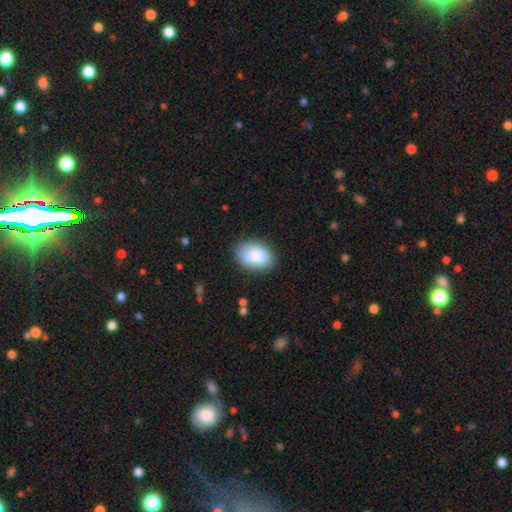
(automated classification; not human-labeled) smooth_or_featured: smooth (p=0.83) [alt: featured or disk p=0.11]
how_rounded: in between (p=0.84) [alt: round p=0.15]
merging: none (p=0.82) [alt: minor disturbance p=0.13]